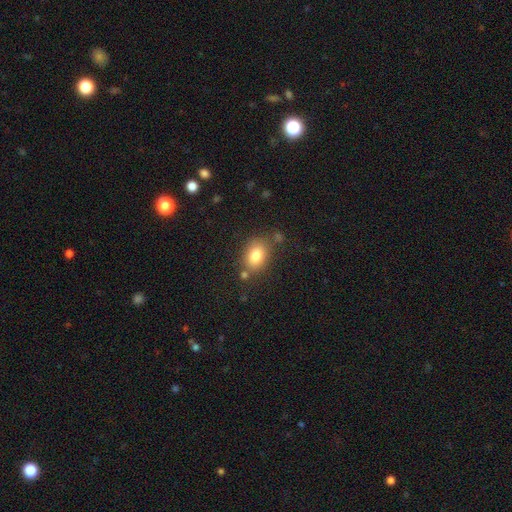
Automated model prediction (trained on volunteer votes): smooth 81%, featured or disk 10%, star or artifact 10%. Down the decision tree: how rounded — in between (70%); merging — none (72%).